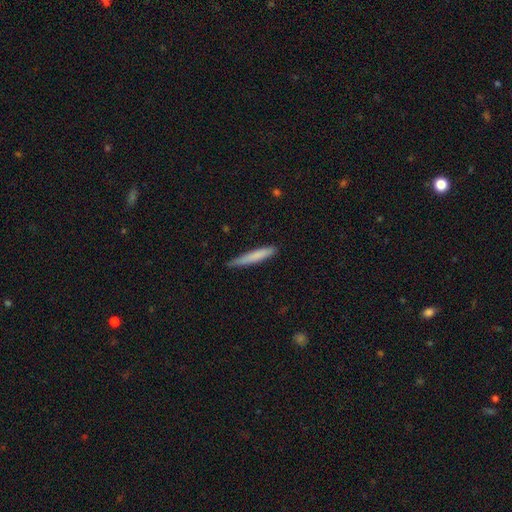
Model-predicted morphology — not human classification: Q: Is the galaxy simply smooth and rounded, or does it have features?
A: smooth — 76%.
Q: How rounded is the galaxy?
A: cigar-shaped — 94%.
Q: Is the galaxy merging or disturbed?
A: none — 79%.